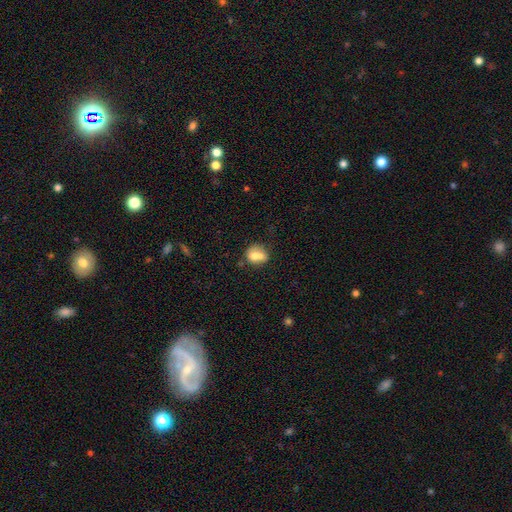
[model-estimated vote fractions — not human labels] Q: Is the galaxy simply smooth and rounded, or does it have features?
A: smooth — 67%.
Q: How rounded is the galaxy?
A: round — 63%.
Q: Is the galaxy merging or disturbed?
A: merger — 49%.